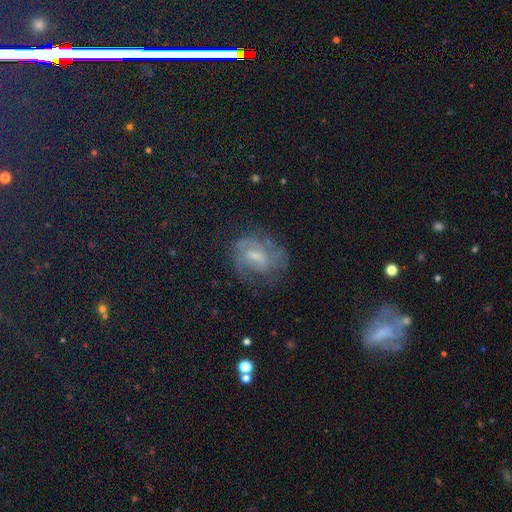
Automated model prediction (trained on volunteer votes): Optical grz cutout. It shows a featured or disk galaxy (62%) with a weak bar (53%), spiral arms (79%) and a small central bulge (46%). Merging: none (58%).